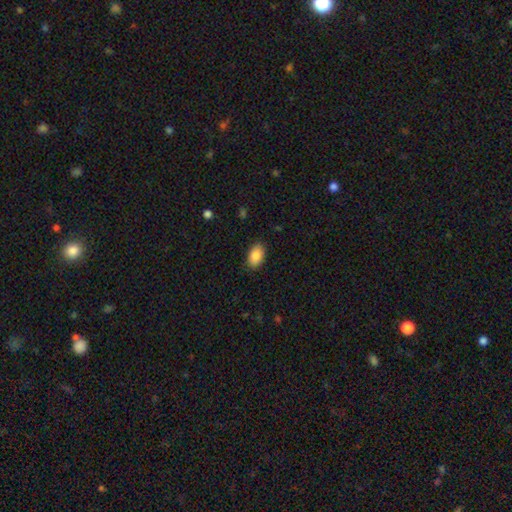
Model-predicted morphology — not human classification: This is clearly a smooth galaxy (89%). How rounded: clearly in between (93%). Merging: clearly none (86%).